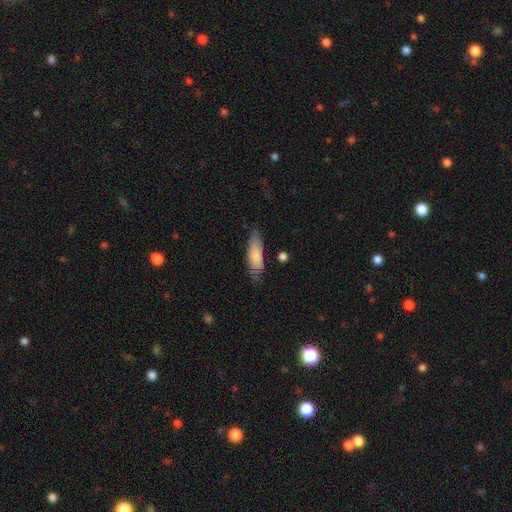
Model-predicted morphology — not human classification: smooth-or-featured: smooth: 78% | featured or disk: 17% | star or artifact: 6%
  how-rounded: in between: 52% | cigar-shaped: 46% | round: 2%
  merging: none: 73% | minor disturbance: 20% | major disturbance: 4% | merger: 3%